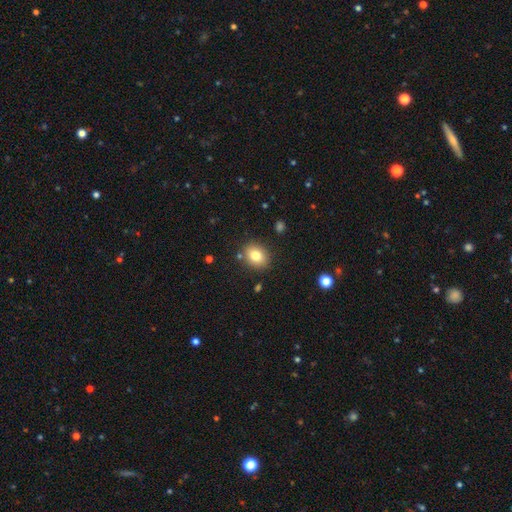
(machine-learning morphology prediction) This is likely a smooth galaxy (80%). How rounded: possibly round (51%). Merging: clearly none (85%).